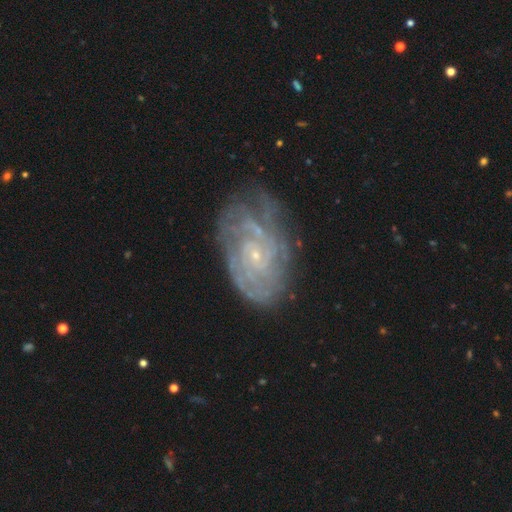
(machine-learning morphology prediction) Smooth or featured? featured or disk (82%)
Edge-on disk? no (96%)
Bar? no (70%)
Spiral arms? yes (91%)
Spiral winding? tight (67%)
Spiral arm count? can't tell (41%)
Bulge size? small (85%)
Merging? none (67%)